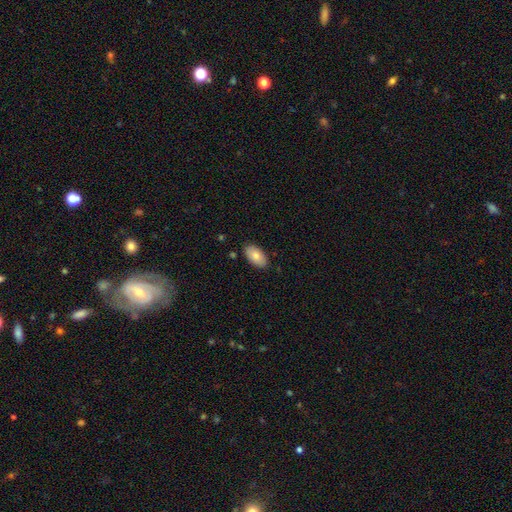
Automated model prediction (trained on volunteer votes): This is likely a smooth galaxy (79%). How rounded: clearly in between (95%). Merging: clearly none (86%).